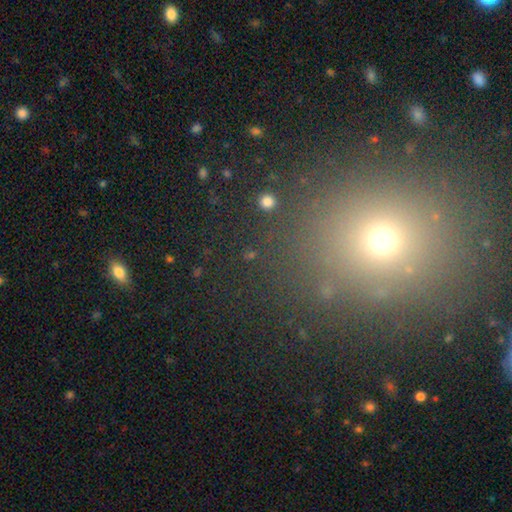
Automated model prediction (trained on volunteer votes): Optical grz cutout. It shows a smooth galaxy with no disk features (55%) that is round (78%). Merging: none (84%).